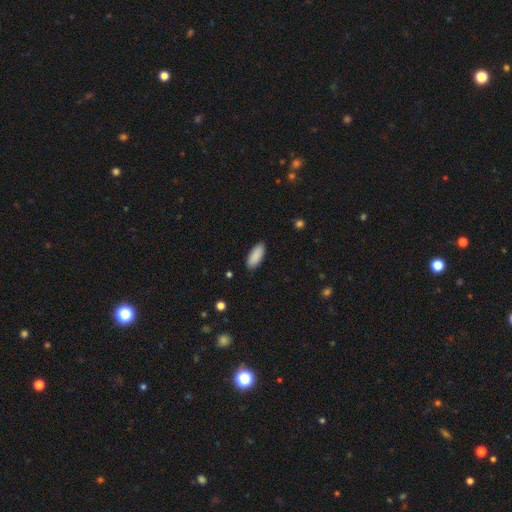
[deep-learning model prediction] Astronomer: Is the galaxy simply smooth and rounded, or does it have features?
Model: smooth — 90%.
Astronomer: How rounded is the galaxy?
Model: in between — 83%.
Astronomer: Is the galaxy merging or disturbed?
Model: none — 89%.